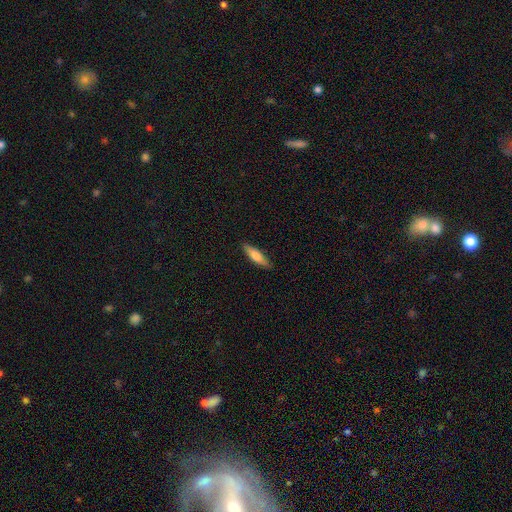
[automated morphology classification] smooth_or_featured: smooth (p=0.73) [alt: featured or disk p=0.21]
how_rounded: cigar-shaped (p=0.67) [alt: in between p=0.31]
merging: none (p=0.88) [alt: minor disturbance p=0.09]